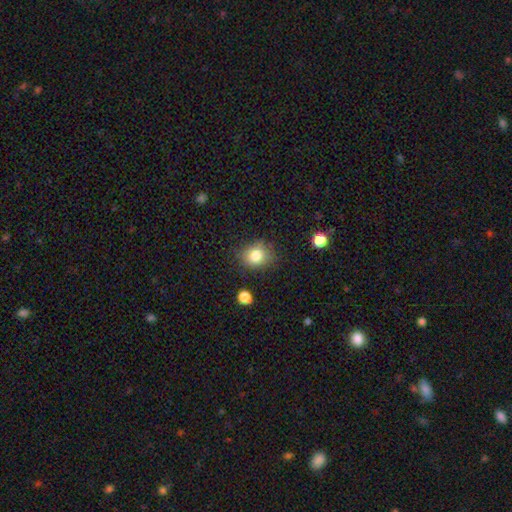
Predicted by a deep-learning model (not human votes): smooth-or-featured: smooth: 82% | star or artifact: 10% | featured or disk: 8%
  how-rounded: round: 66% | in between: 33% | cigar-shaped: 1%
  merging: none: 77% | minor disturbance: 16% | major disturbance: 4% | merger: 3%